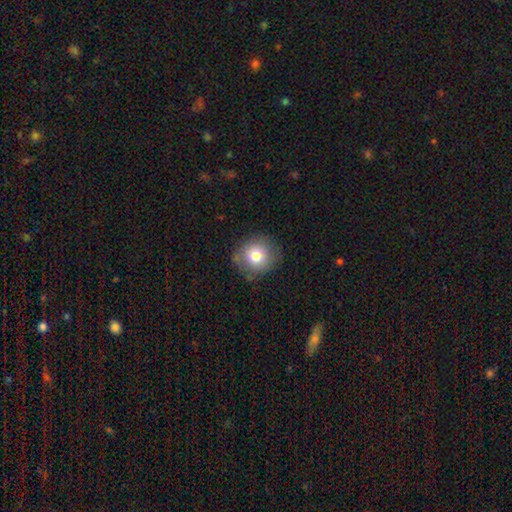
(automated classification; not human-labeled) A smooth galaxy with no disk features (77%) that is round (85%). Merging: none (80%).